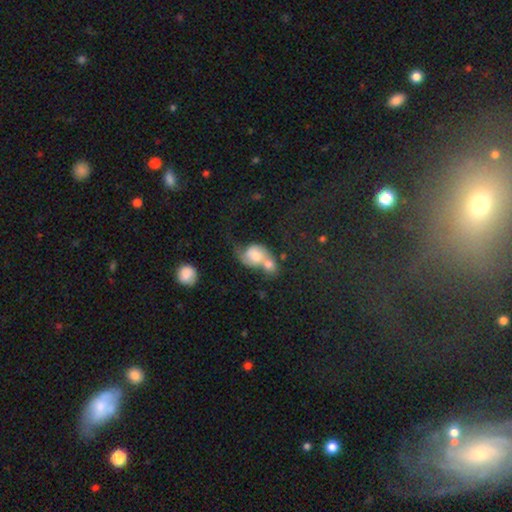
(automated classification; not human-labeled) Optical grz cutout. It shows a smooth galaxy with no disk features (59%) that is in between round and cigar-shaped (51%). Merging: merger (68%).